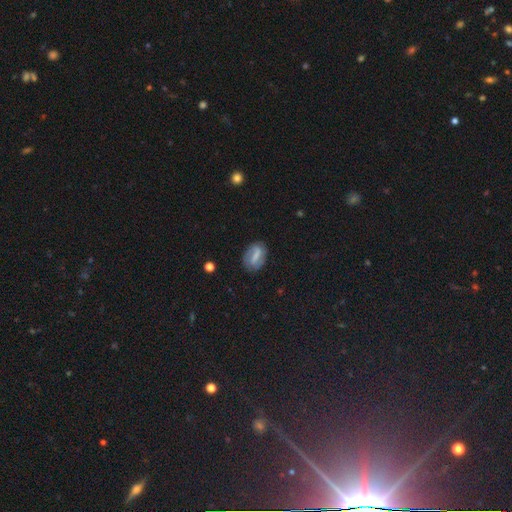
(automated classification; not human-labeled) The model was most divided on "smooth or featured": featured or disk: 49%, smooth: 42%, star or artifact: 9%. More confident: merging — none (77%).